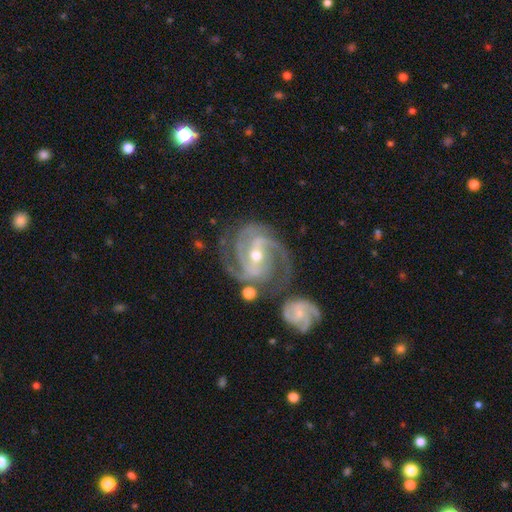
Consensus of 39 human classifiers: Smooth or featured: featured or disk — 92% (star or artifact — 8%)
Edge-on disk: no — 97% (yes — 3%)
Bar: strong — 46% (tied with weak — 46%)
Spiral arms: yes — 100%
Spiral winding: tight — 60% (medium — 31%)
Spiral arm count: 3 — 74% (2 — 14%)
Bulge size: moderate — 49% (tied with small — 49%)
Merging: none — 64% (merger — 17%)